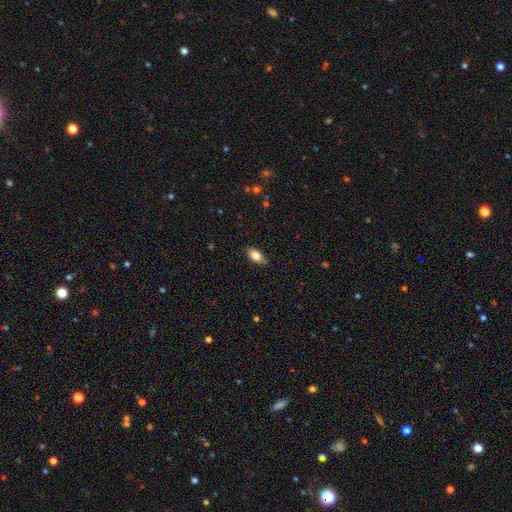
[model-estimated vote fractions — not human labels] smooth 82%, featured or disk 11%, star or artifact 7%. Down the decision tree: how rounded — in between (90%); merging — none (86%).